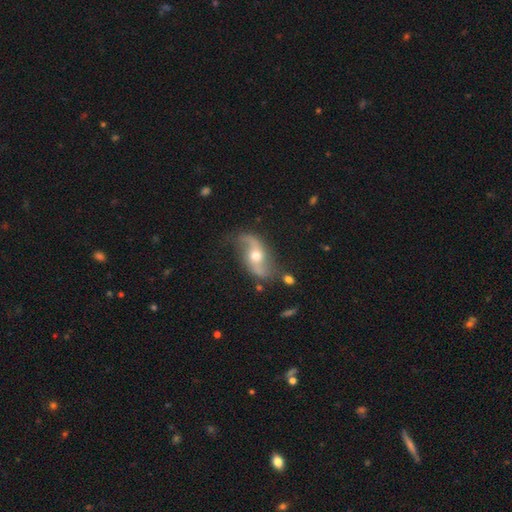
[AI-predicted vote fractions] A featured or disk galaxy (84%) with no bar (57%), 2 (93%) loose (82%) spiral arms (94%) and a moderate central bulge (72%).

Vote fractions:
- Smooth or featured? featured or disk: 84% / smooth: 10% / star or artifact: 6%
- Edge-on disk? no: 94% / yes: 6%
- Bar? no: 57% / weak: 29% / strong: 15%
- Spiral arms? yes: 94% / no: 6%
- Spiral winding? loose: 82% / medium: 14% / tight: 4%
- Spiral arm count? 2: 93% / 1: 2% / can't tell: 2% / 3: 1% / 4: 1% / more than 4: 1%
- Bulge size? moderate: 72% / small: 21% / large: 5% / dominant: 1% / none: 1%
- Merging? none: 73% / minor disturbance: 17% / major disturbance: 6% / merger: 3%